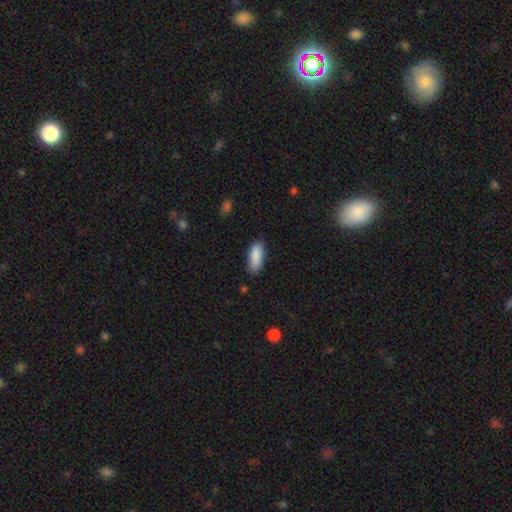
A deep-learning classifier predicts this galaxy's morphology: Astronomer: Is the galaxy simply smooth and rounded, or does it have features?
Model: smooth — 89%.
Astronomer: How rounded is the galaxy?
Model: in between — 83%.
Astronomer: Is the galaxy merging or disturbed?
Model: none — 81%.